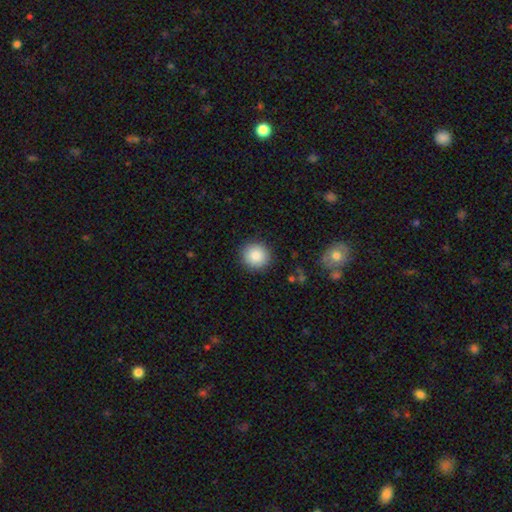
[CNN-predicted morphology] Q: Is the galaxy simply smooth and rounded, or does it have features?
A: smooth — 87%.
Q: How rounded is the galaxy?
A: round — 94%.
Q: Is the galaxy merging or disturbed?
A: none — 90%.